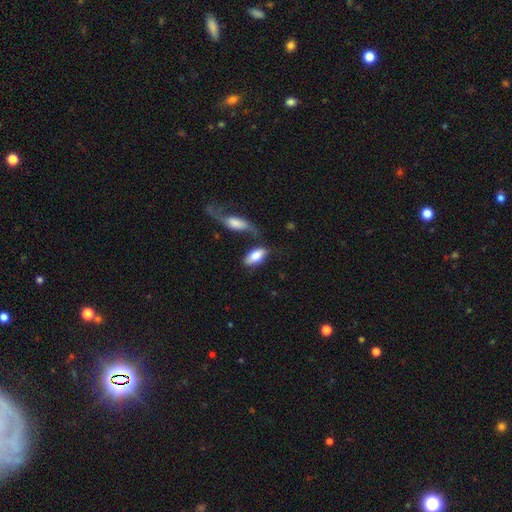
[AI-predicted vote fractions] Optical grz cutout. It shows a smooth galaxy with no disk features (77%) that is in between round and cigar-shaped (90%). Merging: none (45%).